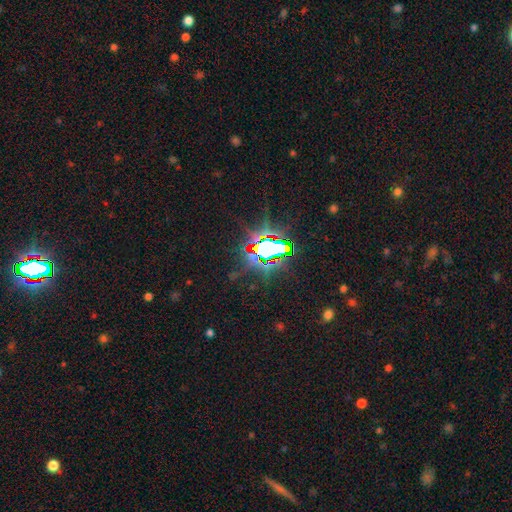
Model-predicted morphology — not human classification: smooth-or-featured: star or artifact: 84% | smooth: 9% | featured or disk: 7%